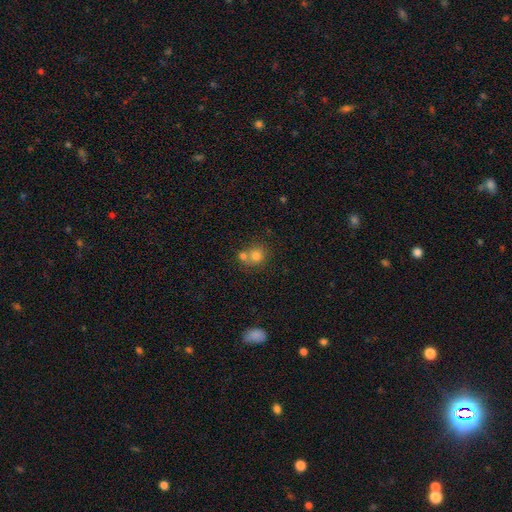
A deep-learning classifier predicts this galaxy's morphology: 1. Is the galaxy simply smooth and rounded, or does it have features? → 75% smooth, 13% featured or disk, 12% star or artifact.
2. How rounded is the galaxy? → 78% round, 21% in between, 1% cigar-shaped.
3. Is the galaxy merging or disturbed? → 48% merger, 40% none, 9% minor disturbance, 3% major disturbance.